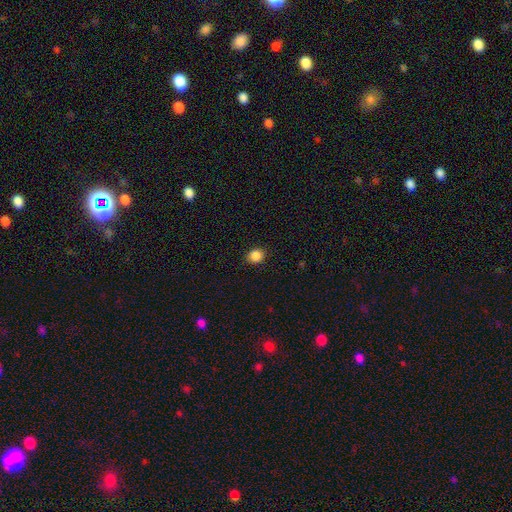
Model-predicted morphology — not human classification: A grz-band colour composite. It shows a smooth galaxy with no disk features (87%) that is round (76%). Merging: none (88%).